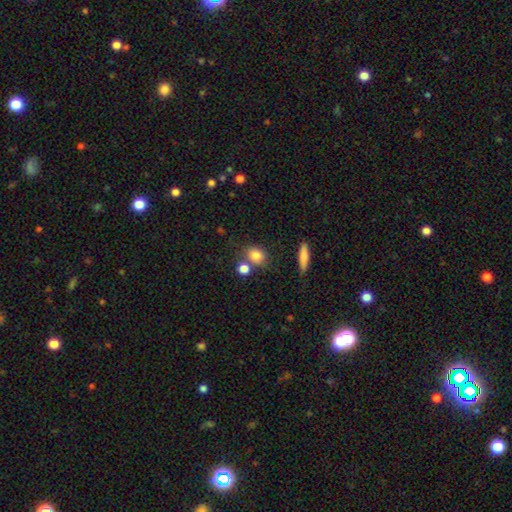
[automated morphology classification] A smooth galaxy with no disk features (81%) that is round (62%).

Vote fractions:
- Smooth or featured? smooth: 81% / star or artifact: 11% / featured or disk: 8%
- How rounded? round: 62% / in between: 35% / cigar-shaped: 3%
- Merging? none: 64% / merger: 20% / minor disturbance: 12% / major disturbance: 4%